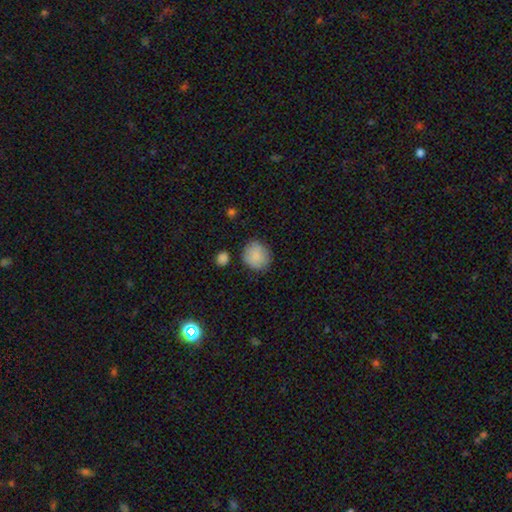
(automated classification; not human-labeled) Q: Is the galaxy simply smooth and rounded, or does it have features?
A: smooth — 87%.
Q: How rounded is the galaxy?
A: round — 83%.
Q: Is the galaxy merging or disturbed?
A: none — 79%.